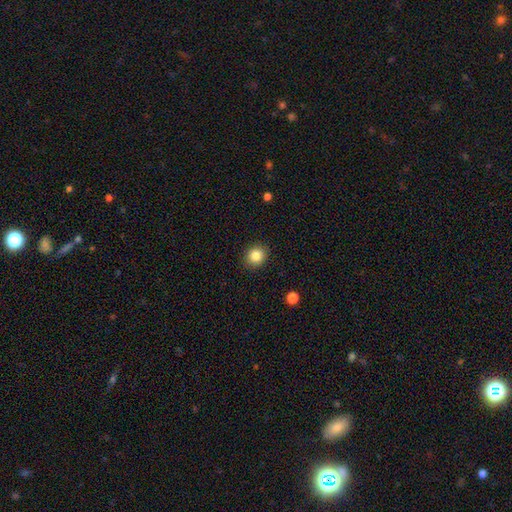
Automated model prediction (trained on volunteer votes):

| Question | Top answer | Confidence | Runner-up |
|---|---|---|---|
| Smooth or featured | smooth | 85% | star or artifact (10%) |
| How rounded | round | 77% | in between (22%) |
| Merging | none | 90% | minor disturbance (7%) |